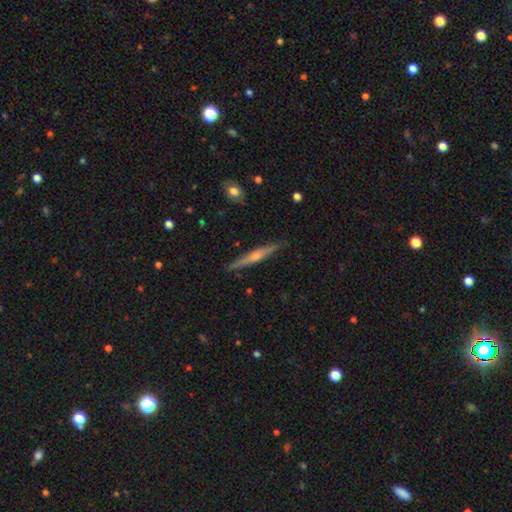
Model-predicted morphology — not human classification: Q: Smooth or featured?
A: featured or disk (68%); runner-up: smooth (26%)
Q: Edge-on disk?
A: yes (97%); runner-up: no (3%)
Q: Edge-on bulge?
A: rounded (76%); runner-up: none (19%)
Q: Merging?
A: none (89%); runner-up: minor disturbance (9%)